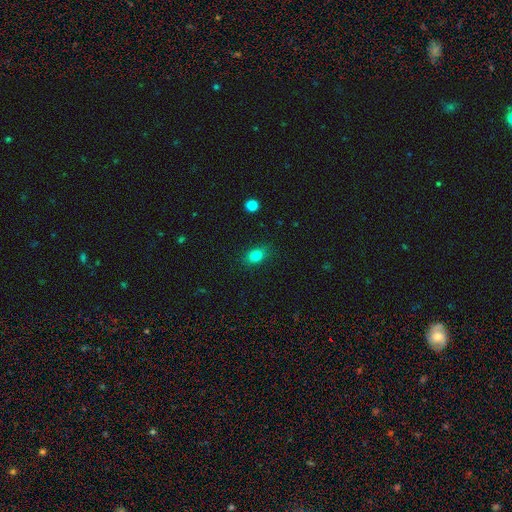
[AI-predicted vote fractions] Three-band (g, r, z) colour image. It shows a smooth galaxy with no disk features (81%) that is in between round and cigar-shaped (70%). Merging: none (84%).